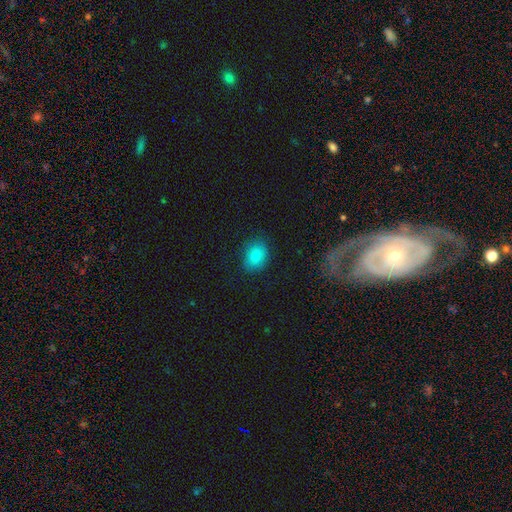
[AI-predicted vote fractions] A smooth galaxy with no disk features (86%) that is in between round and cigar-shaped (66%). Merging: none (84%).